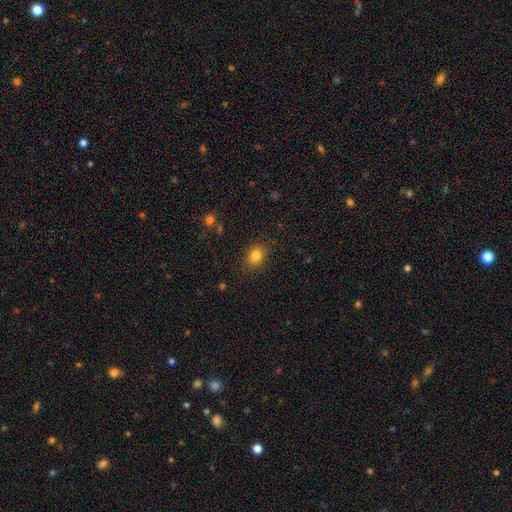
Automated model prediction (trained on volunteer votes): A smooth galaxy with no disk features (83%) that is in between round and cigar-shaped (56%). Merging: none (86%).